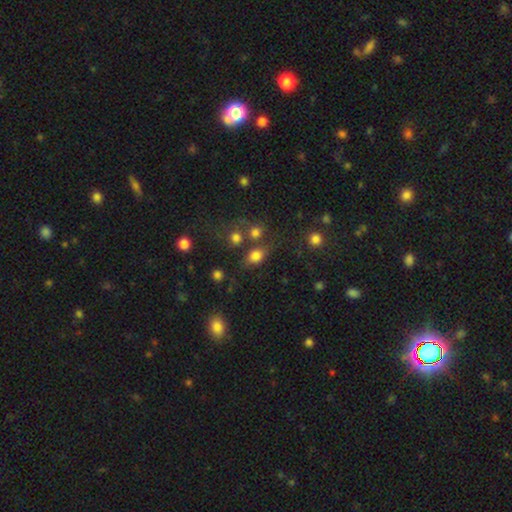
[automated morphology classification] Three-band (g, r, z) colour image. It shows a smooth galaxy with no disk features (77%) that is in between round and cigar-shaped (50%). Merging: none (60%).